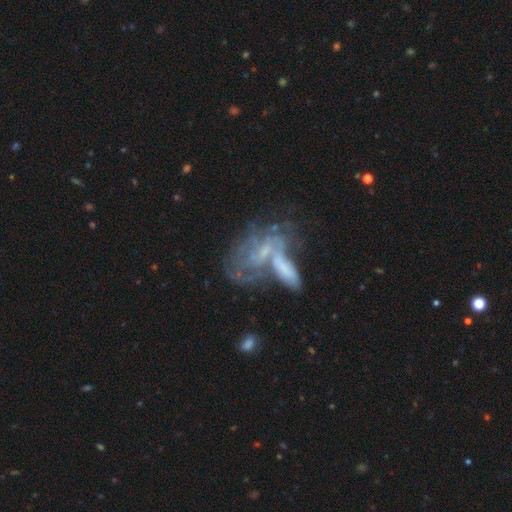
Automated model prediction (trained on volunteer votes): Smooth or featured? featured or disk (64%)
Edge-on disk? no (91%)
Bar? no (63%)
Spiral arms? no (53%)
Bulge size? small (45%)
Merging? merger (55%)